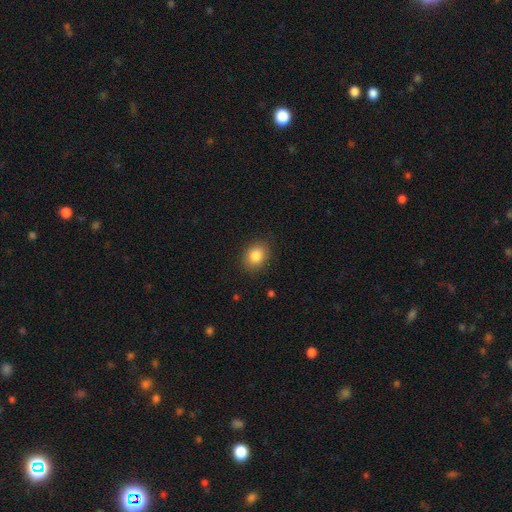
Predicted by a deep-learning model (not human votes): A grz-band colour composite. It shows a smooth galaxy with no disk features (84%) that is in between round and cigar-shaped (51%). Merging: none (87%).